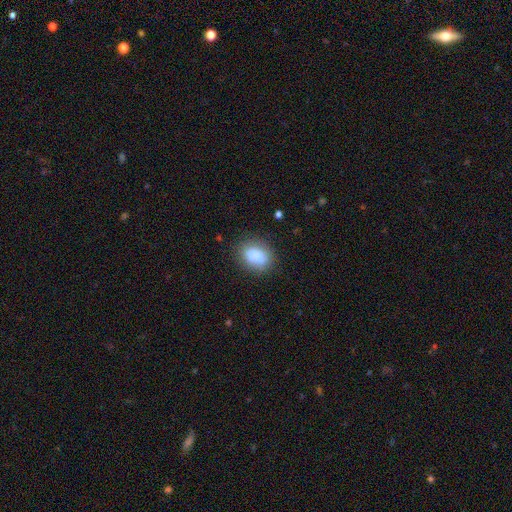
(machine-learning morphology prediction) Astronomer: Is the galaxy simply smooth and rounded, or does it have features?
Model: smooth — 86%.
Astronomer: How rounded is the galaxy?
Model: in between — 68%.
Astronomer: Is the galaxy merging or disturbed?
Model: none — 77%.